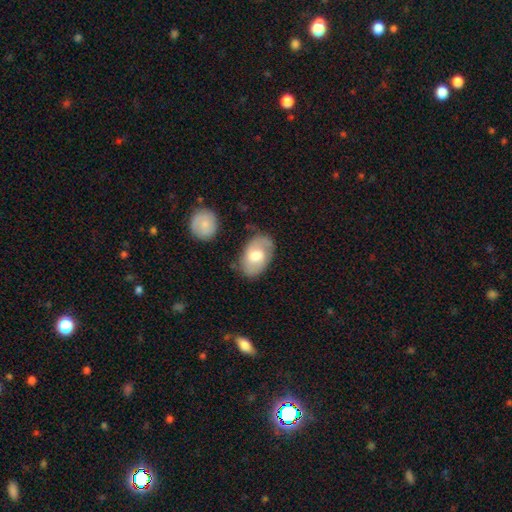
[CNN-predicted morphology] This is possibly a smooth galaxy (54%). How rounded: clearly in between (90%). Merging: likely none (69%).